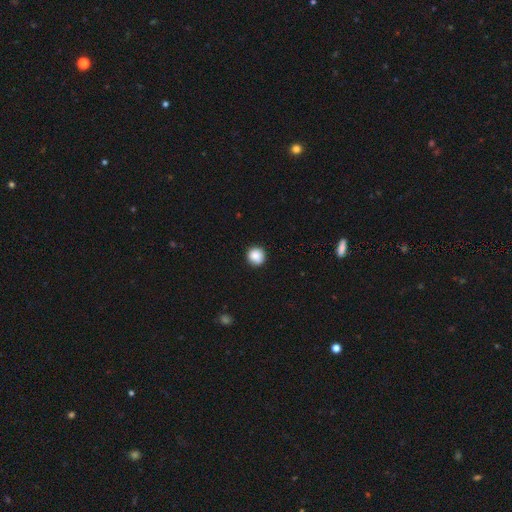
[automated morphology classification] Smooth or featured: smooth — 87% (star or artifact — 9%)
How rounded: round — 93% (in between — 6%)
Merging: none — 87% (minor disturbance — 9%)